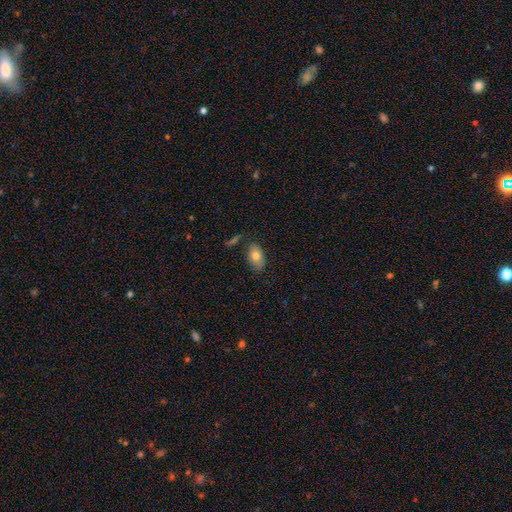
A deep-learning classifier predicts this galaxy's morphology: smooth 78%, featured or disk 15%, star or artifact 8%. Down the decision tree: how rounded — in between (90%); merging — none (78%).